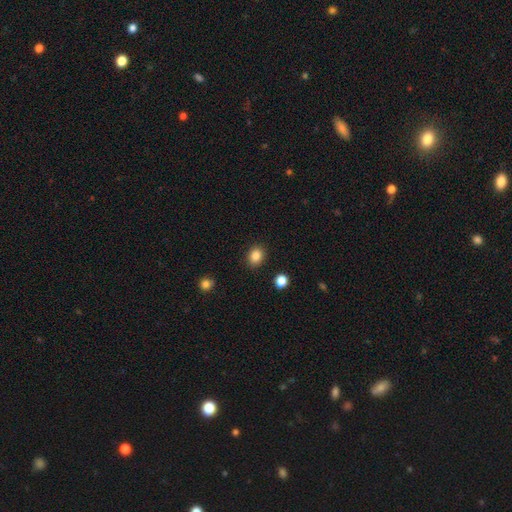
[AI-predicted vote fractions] Smooth or featured? Predicted: smooth (p=0.86). How rounded? Predicted: round (p=0.57). Merging? Predicted: none (p=0.89).